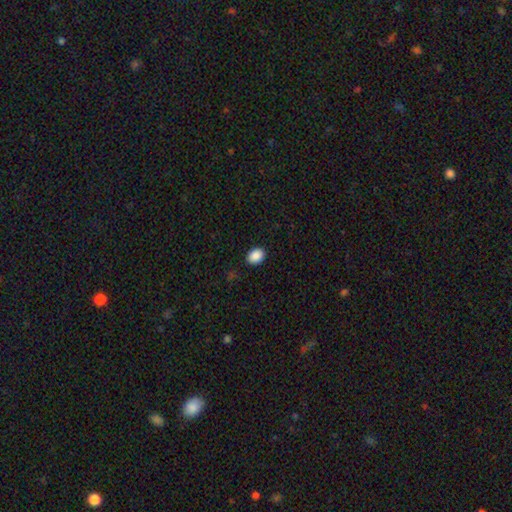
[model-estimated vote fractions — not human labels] Morphology: type=smooth (89%); roundness=in between (72%); merging=none (89%).